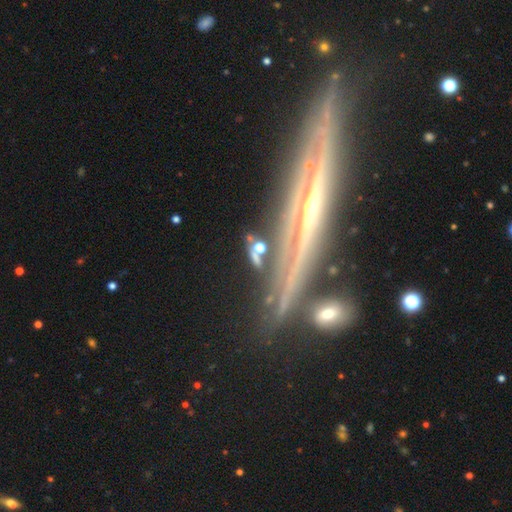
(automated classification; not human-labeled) This is marginally a smooth galaxy (42%). Merging: likely none (74%).